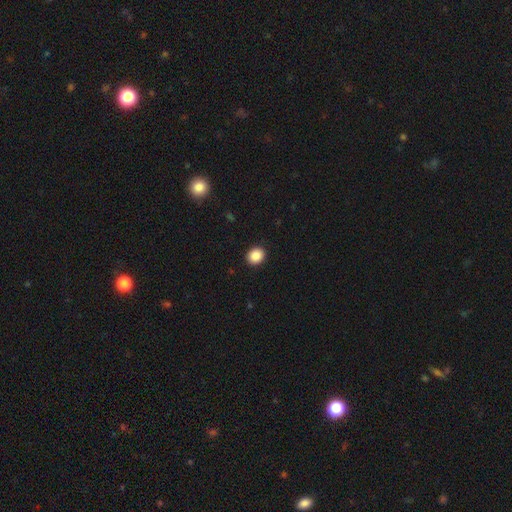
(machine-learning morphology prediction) The model was most divided on "how rounded": round: 60%, in between: 39%, cigar-shaped: 1%. More confident: merging — none (92%); smooth or featured — smooth (88%).